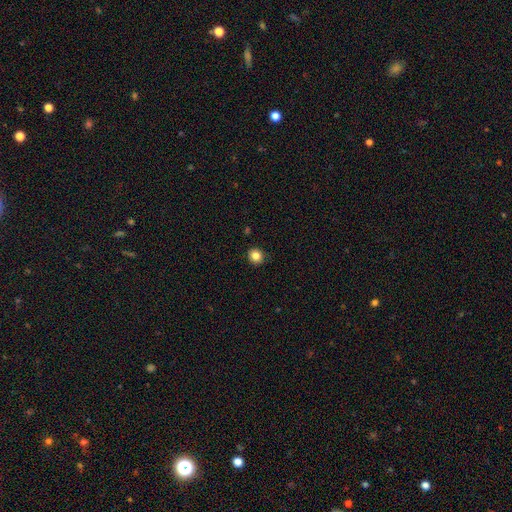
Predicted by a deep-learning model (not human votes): Smooth or featured?
  - smooth: 84% *
  - star or artifact: 11%
  - featured or disk: 5%
How rounded?
  - round: 89% *
  - in between: 11%
  - cigar-shaped: 1%
Merging?
  - none: 91% *
  - minor disturbance: 6%
  - major disturbance: 2%
  - merger: 1%